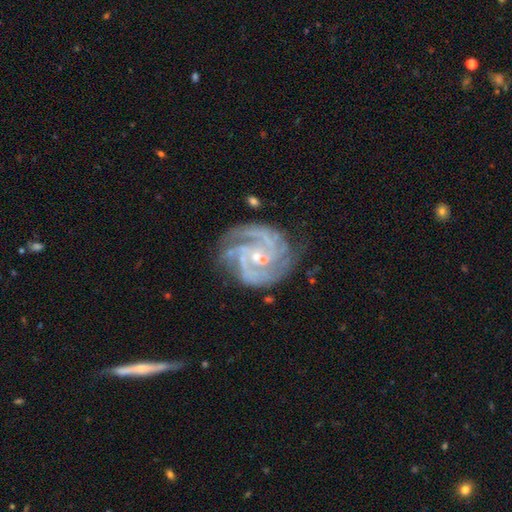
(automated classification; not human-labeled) Smooth or featured: featured or disk — 91% (star or artifact — 6%)
Edge-on disk: no — 98% (yes — 2%)
Bar: no — 51% (weak — 35%)
Spiral arms: yes — 98% (no — 2%)
Spiral winding: tight — 59% (medium — 36%)
Spiral arm count: 3 — 39% (4 — 19%)
Bulge size: small — 73% (moderate — 23%)
Merging: none — 68% (minor disturbance — 19%)